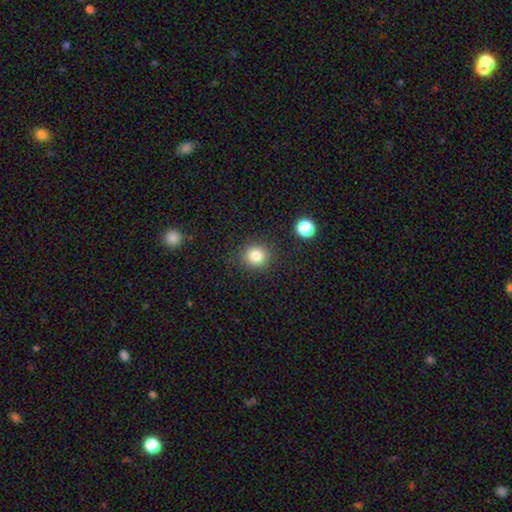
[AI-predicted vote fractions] Q: Smooth or featured?
A: smooth (82%); runner-up: star or artifact (12%)
Q: How rounded?
A: round (87%); runner-up: in between (12%)
Q: Merging?
A: none (87%); runner-up: minor disturbance (8%)